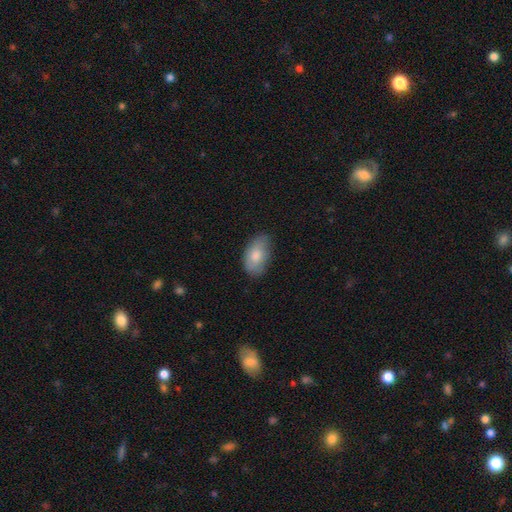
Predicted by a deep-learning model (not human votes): Morphology: type=smooth (79%); roundness=in between (93%); merging=none (68%).